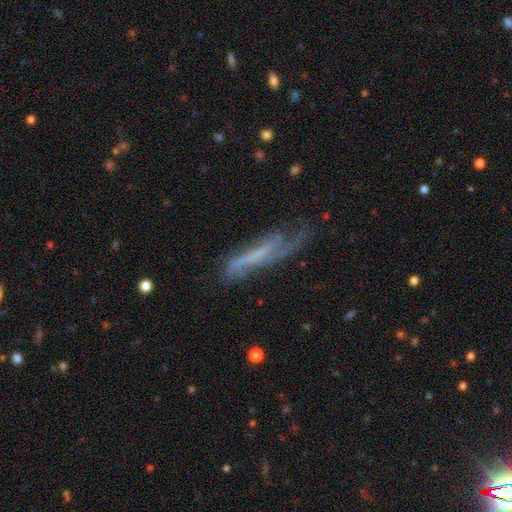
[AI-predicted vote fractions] A featured or disk galaxy (59%).

Vote fractions:
- Smooth or featured? featured or disk: 59% / smooth: 31% / star or artifact: 10%
- Edge-on disk? no: 51% / yes: 49%
- Merging? none: 47% / minor disturbance: 28% / major disturbance: 22% / merger: 3%